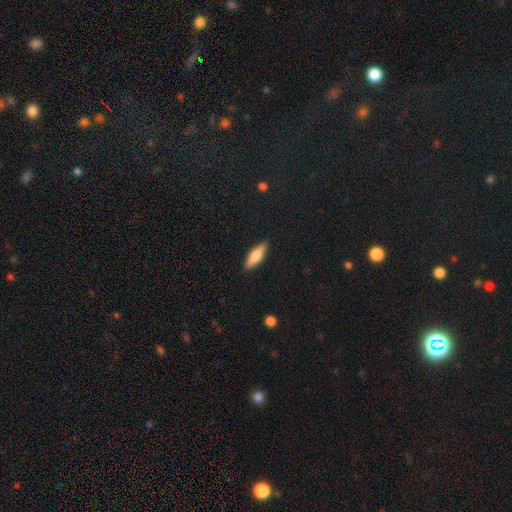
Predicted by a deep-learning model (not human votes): Morphology: type=smooth (73%); roundness=cigar-shaped (50%); merging=none (88%).